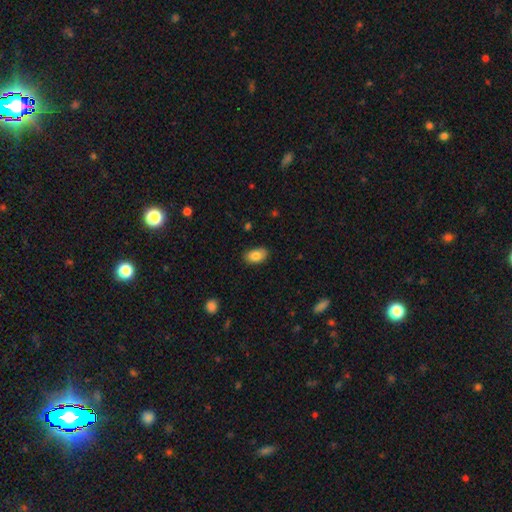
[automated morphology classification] This is clearly a smooth galaxy (84%). How rounded: clearly in between (92%). Merging: clearly none (85%).